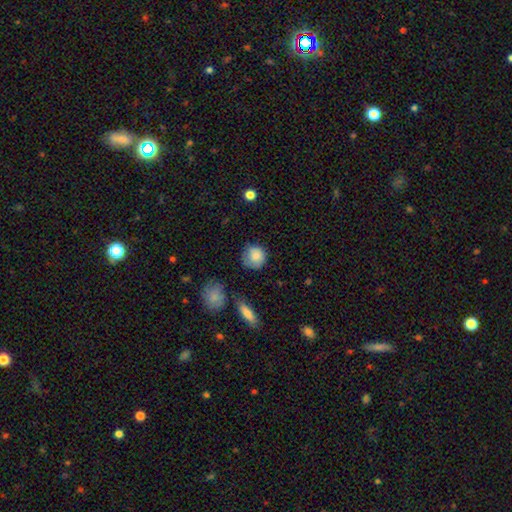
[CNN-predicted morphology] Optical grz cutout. It shows a smooth galaxy with no disk features (80%) that is round (86%). Merging: none (66%).